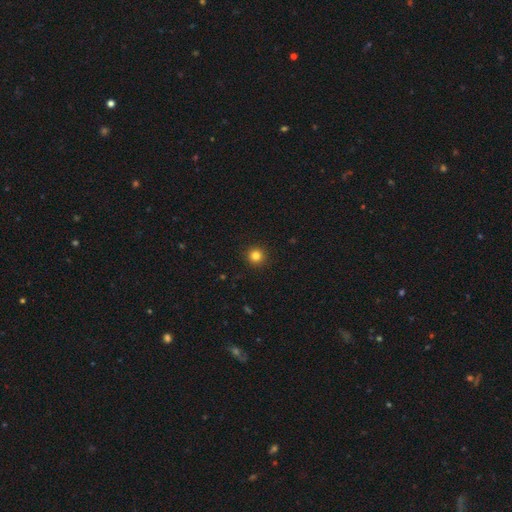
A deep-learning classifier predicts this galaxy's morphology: Smooth or featured? Predicted: smooth (p=0.82). How rounded? Predicted: round (p=0.95). Merging? Predicted: none (p=0.93).